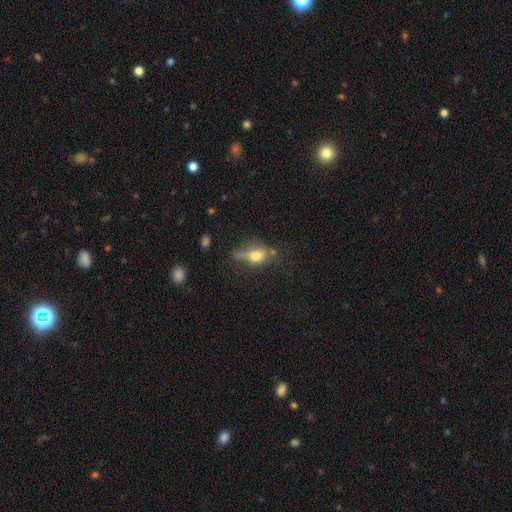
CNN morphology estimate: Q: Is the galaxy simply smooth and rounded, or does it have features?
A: smooth — 60%.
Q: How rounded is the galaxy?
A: in between — 70%.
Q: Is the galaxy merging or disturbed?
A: none — 36%.